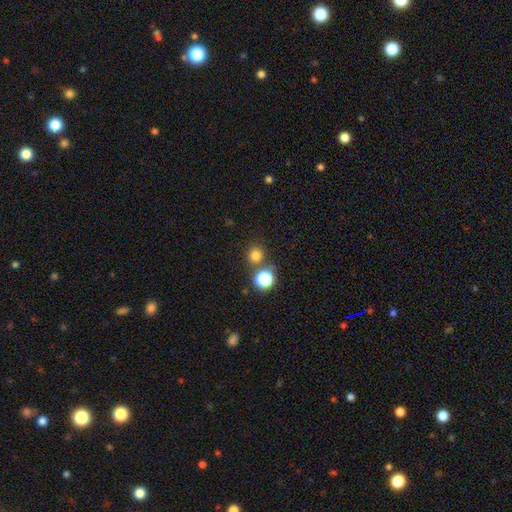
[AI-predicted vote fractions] Smooth or featured? Predicted: smooth (p=0.77). How rounded? Predicted: round (p=0.92). Merging? Predicted: none (p=0.76).